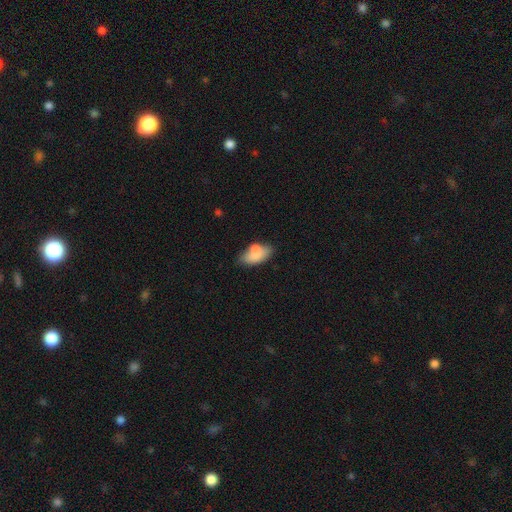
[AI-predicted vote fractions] Smooth or featured: smooth — 73% (featured or disk — 19%)
How rounded: in between — 90% (round — 5%)
Merging: none — 46% (minor disturbance — 24%)